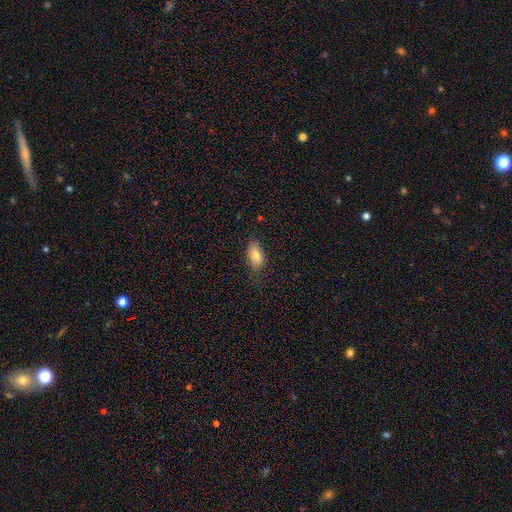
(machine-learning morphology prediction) Smooth or featured? Predicted: smooth (p=0.79). How rounded? Predicted: in between (p=0.89). Merging? Predicted: none (p=0.70).